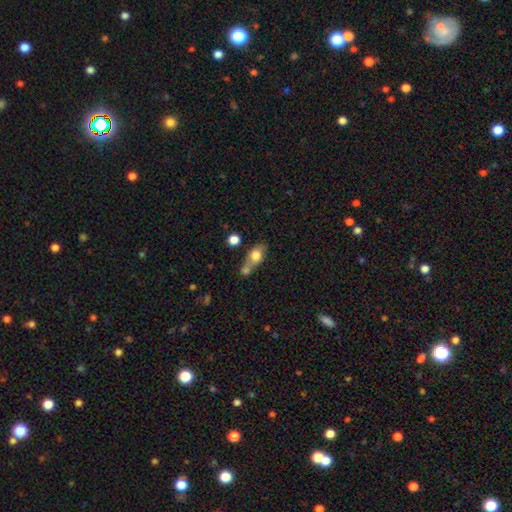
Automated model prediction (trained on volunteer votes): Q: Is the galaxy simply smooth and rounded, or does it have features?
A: smooth — 74%.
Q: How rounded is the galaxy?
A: in between — 62%.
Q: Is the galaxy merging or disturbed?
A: merger — 48%.